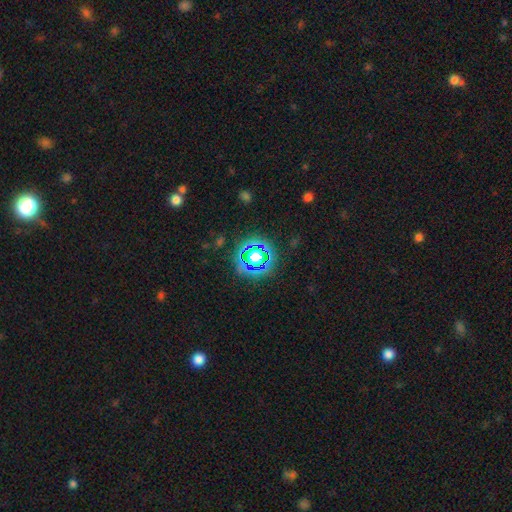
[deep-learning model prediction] Overall: star or artifact (76%).